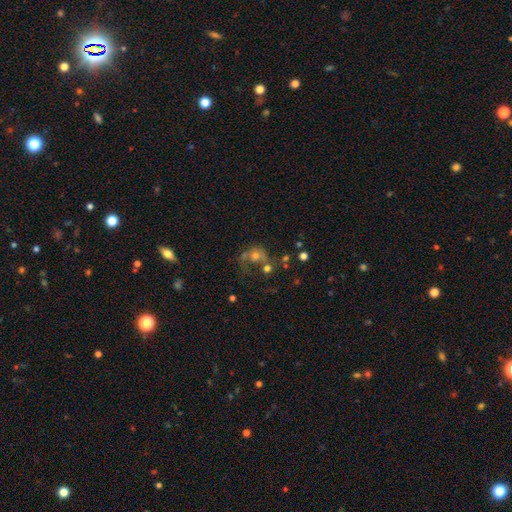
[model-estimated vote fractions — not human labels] featured or disk 39%, smooth 38%, star or artifact 23%. Down the decision tree: merging — none (31%).